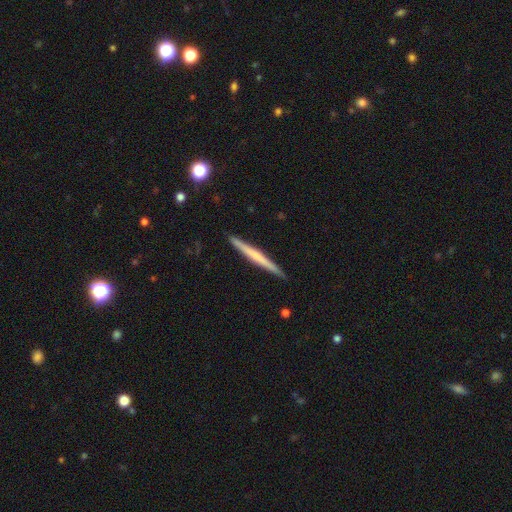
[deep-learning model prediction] Smooth or featured: featured or disk — 55% (smooth — 40%)
Edge-on disk: yes — 98% (no — 2%)
Edge-on bulge: none — 56% (rounded — 36%)
Merging: none — 92% (minor disturbance — 6%)